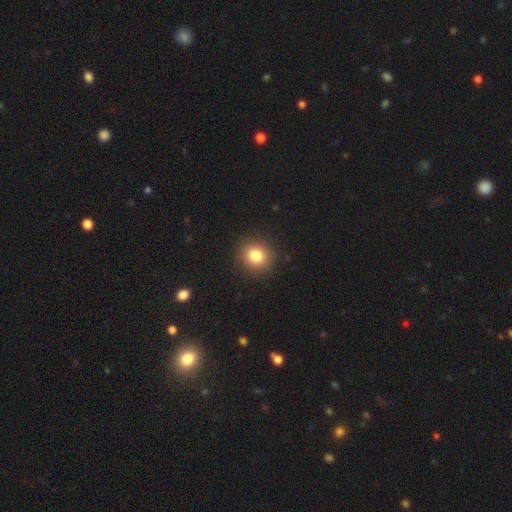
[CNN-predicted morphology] smooth-or-featured: smooth: 82% | star or artifact: 11% | featured or disk: 7%
  how-rounded: round: 86% | in between: 13% | cigar-shaped: 1%
  merging: none: 90% | minor disturbance: 6% | major disturbance: 2% | merger: 1%